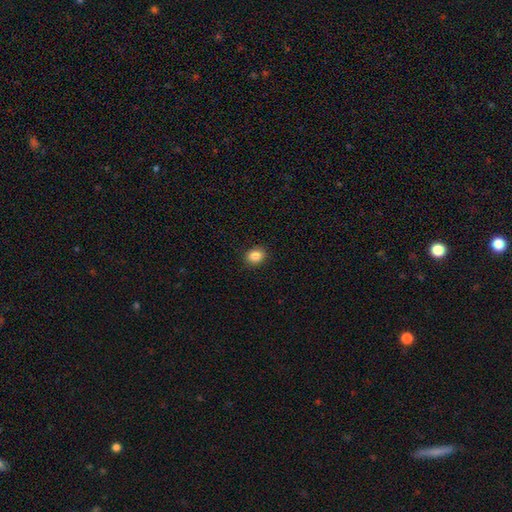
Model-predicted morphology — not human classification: Smooth or featured: smooth — 87% (star or artifact — 9%)
How rounded: round — 55% (in between — 44%)
Merging: none — 90% (minor disturbance — 7%)